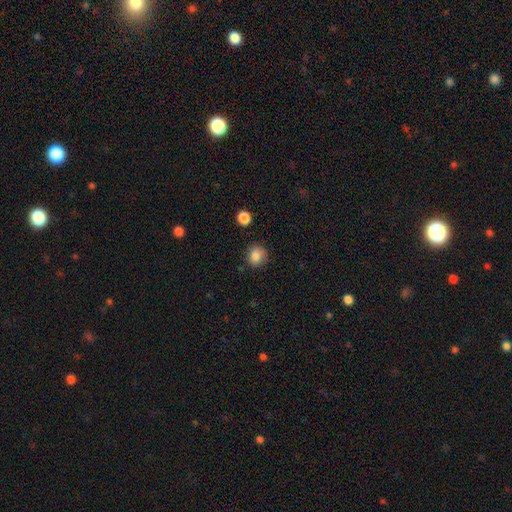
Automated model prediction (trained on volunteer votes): The model was most divided on "merging": none: 83%, minor disturbance: 12%, major disturbance: 3%, merger: 2%. More confident: how rounded — round (87%); smooth or featured — smooth (84%).